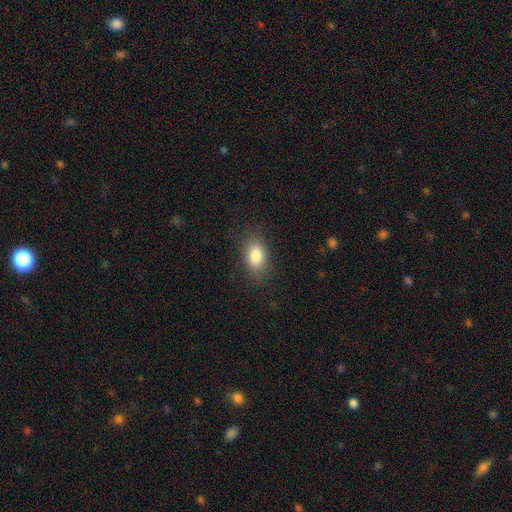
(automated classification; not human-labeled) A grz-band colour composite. It shows a smooth galaxy with no disk features (85%) that is in between round and cigar-shaped (88%). Merging: none (83%).